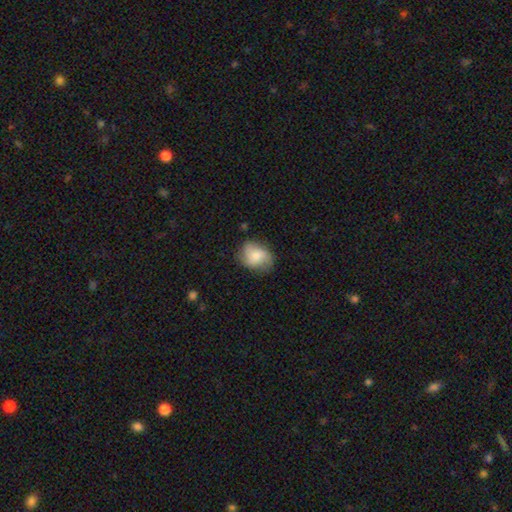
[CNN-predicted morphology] Smooth or featured?
  - smooth: 62% *
  - featured or disk: 30%
  - star or artifact: 8%
How rounded?
  - in between: 54% *
  - round: 45%
  - cigar-shaped: 1%
Merging?
  - none: 65% *
  - minor disturbance: 24%
  - major disturbance: 9%
  - merger: 2%